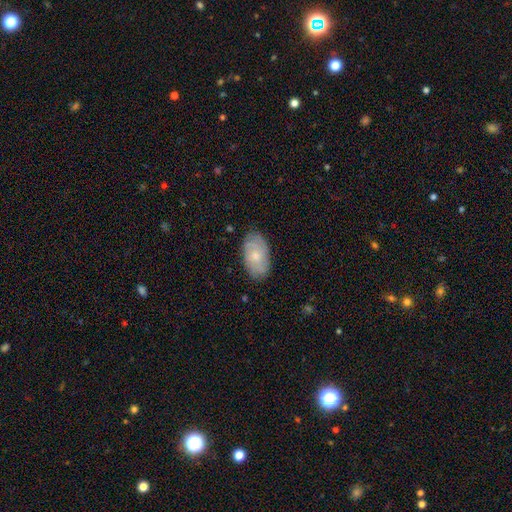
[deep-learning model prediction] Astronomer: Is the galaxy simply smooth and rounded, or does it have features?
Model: smooth — 52% (runner-up: featured or disk, 41%).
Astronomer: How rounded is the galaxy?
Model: in between — 93%.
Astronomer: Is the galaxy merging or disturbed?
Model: none — 78%.